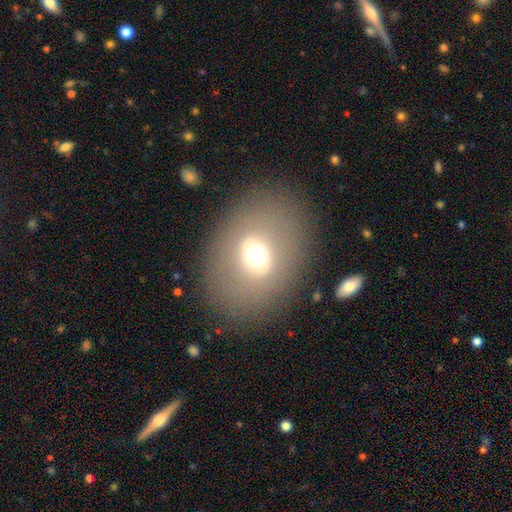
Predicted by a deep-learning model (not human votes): smooth 60%, featured or disk 24%, star or artifact 16%. Down the decision tree: how rounded — round (50%); merging — none (83%).